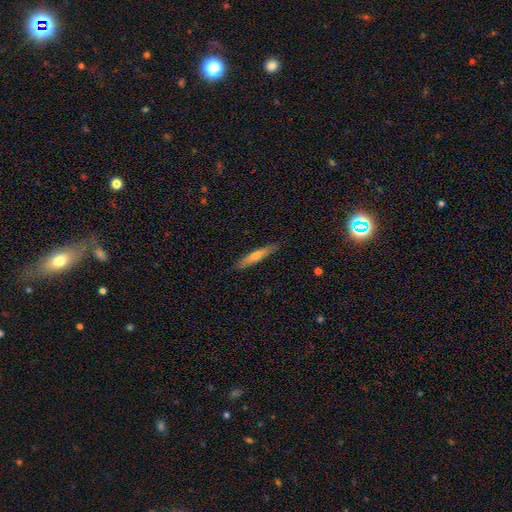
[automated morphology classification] Overall: smooth (56%; featured or disk 38%). How rounded: cigar-shaped (93%). Merging: none (87%).